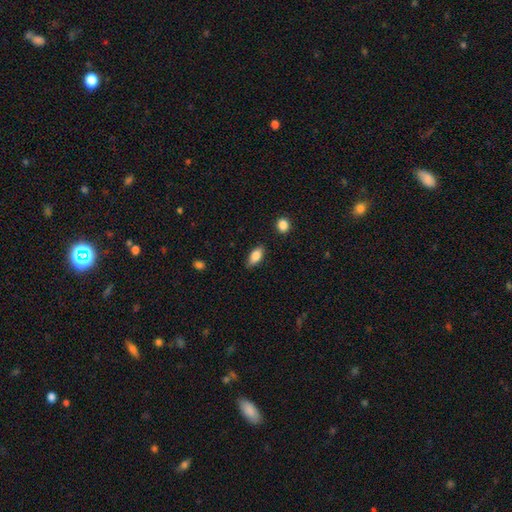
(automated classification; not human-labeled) This appears to be a smooth galaxy with no disk features (84%) that is in between round and cigar-shaped (88%). Merging: none (82%).